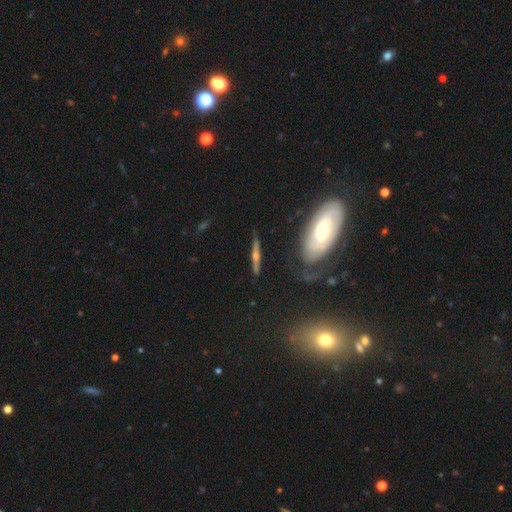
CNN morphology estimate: Smooth or featured?
  - featured or disk: 64% *
  - smooth: 26%
  - star or artifact: 9%
Edge-on disk?
  - yes: 89% *
  - no: 11%
Edge-on bulge?
  - rounded: 85% *
  - none: 8%
  - boxy: 6%
Merging?
  - none: 80% *
  - minor disturbance: 13%
  - major disturbance: 4%
  - merger: 3%